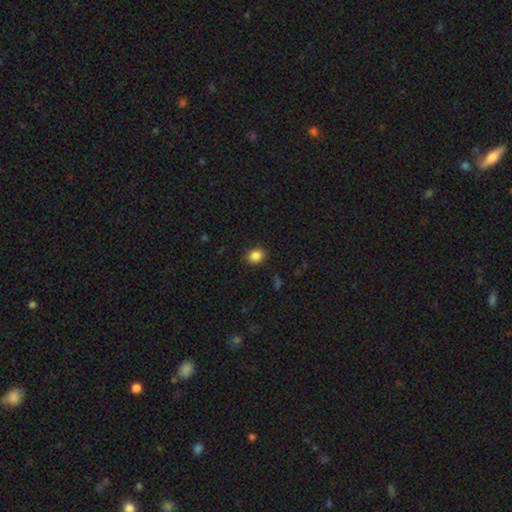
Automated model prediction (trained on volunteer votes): Smooth or featured? smooth (86%)
How rounded? round (63%)
Merging? none (89%)